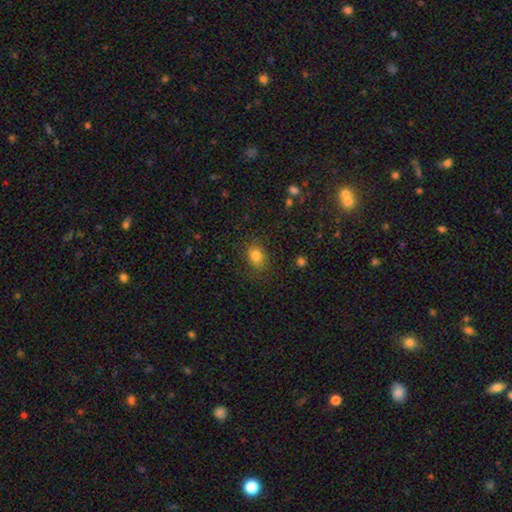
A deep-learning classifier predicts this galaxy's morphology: Smooth or featured?
  - smooth: 81% *
  - star or artifact: 12%
  - featured or disk: 8%
How rounded?
  - in between: 61% *
  - round: 38%
  - cigar-shaped: 1%
Merging?
  - none: 79% *
  - minor disturbance: 14%
  - major disturbance: 5%
  - merger: 1%